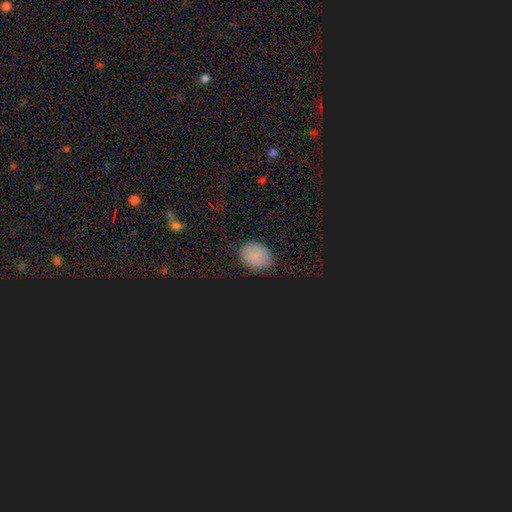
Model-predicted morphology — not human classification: Smooth or featured? smooth (72%)
How rounded? in between (70%)
Merging? none (83%)